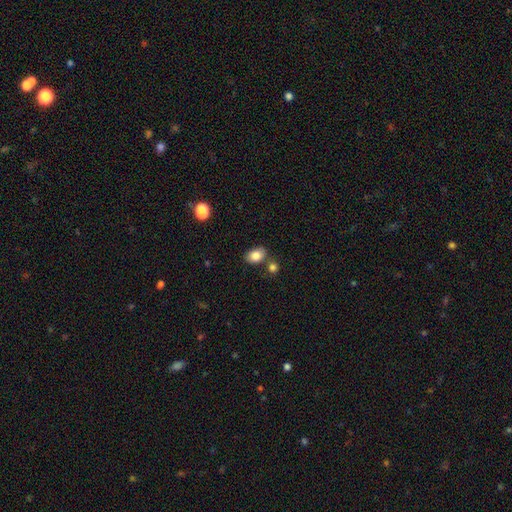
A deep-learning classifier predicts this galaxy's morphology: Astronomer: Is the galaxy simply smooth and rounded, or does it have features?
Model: smooth — 84%.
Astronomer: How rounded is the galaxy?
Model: in between — 80%.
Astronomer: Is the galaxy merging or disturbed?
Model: none — 72%.